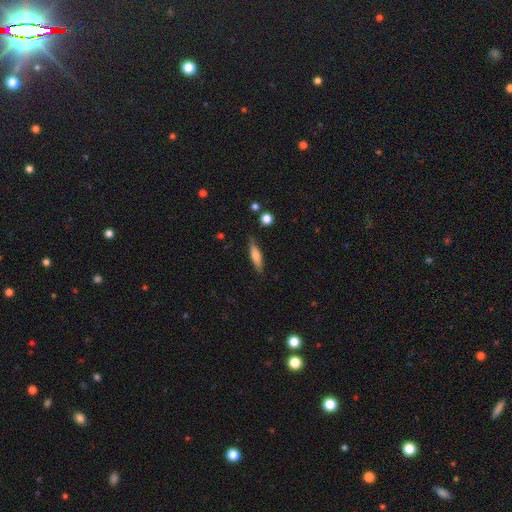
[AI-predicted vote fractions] Smooth or featured?
  - smooth: 58% *
  - featured or disk: 35%
  - star or artifact: 7%
How rounded?
  - cigar-shaped: 72% *
  - in between: 26%
  - round: 2%
Merging?
  - none: 84% *
  - minor disturbance: 12%
  - major disturbance: 2%
  - merger: 2%